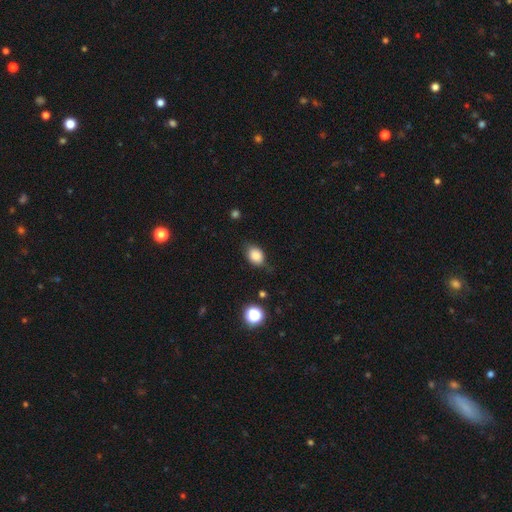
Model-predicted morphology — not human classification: A smooth galaxy with no disk features (84%) that is in between round and cigar-shaped (68%).

Vote fractions:
- Smooth or featured? smooth: 84% / star or artifact: 9% / featured or disk: 6%
- How rounded? in between: 68% / round: 30% / cigar-shaped: 1%
- Merging? none: 72% / minor disturbance: 21% / major disturbance: 5% / merger: 2%